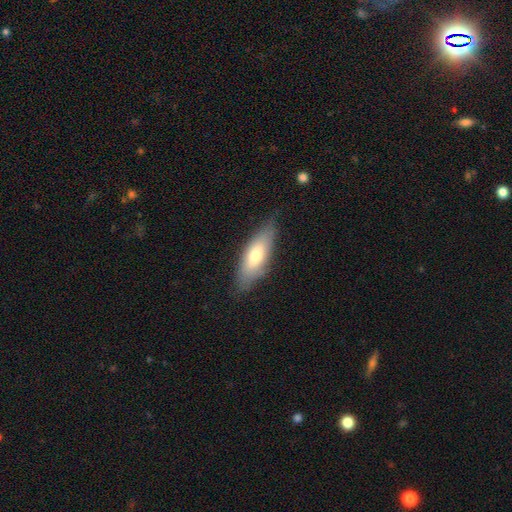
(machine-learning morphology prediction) A smooth galaxy with no disk features (66%) that is in between round and cigar-shaped (63%). Merging: none (77%).